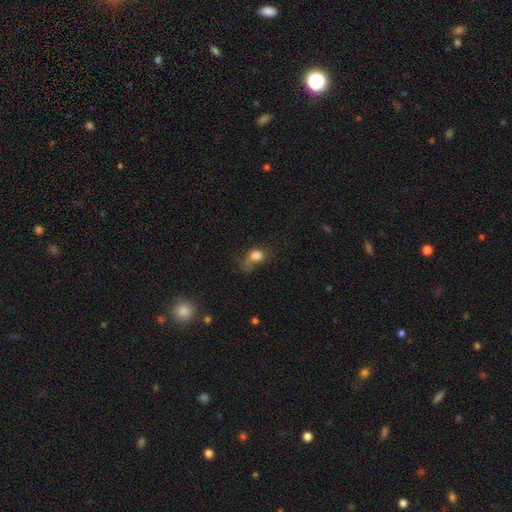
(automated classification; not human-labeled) Smooth or featured?
  - smooth: 75% *
  - featured or disk: 14%
  - star or artifact: 11%
How rounded?
  - in between: 55% *
  - round: 43%
  - cigar-shaped: 2%
Merging?
  - major disturbance: 40% *
  - none: 27%
  - minor disturbance: 26%
  - merger: 7%